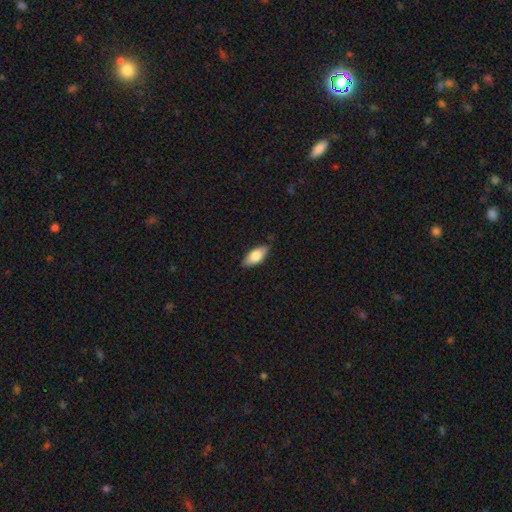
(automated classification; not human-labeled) A smooth galaxy with no disk features (75%) that is in between round and cigar-shaped (85%).

Vote fractions:
- Smooth or featured? smooth: 75% / featured or disk: 19% / star or artifact: 6%
- How rounded? in between: 85% / cigar-shaped: 12% / round: 2%
- Merging? none: 81% / minor disturbance: 15% / major disturbance: 2% / merger: 1%